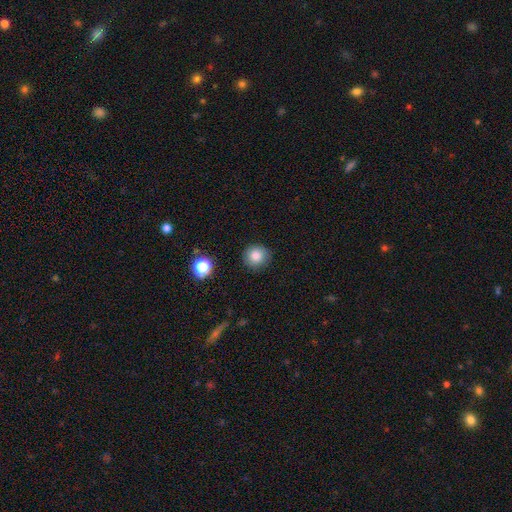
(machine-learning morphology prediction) smooth-or-featured: smooth: 83% | star or artifact: 11% | featured or disk: 6%
  how-rounded: round: 90% | in between: 9% | cigar-shaped: 1%
  merging: none: 88% | minor disturbance: 8% | major disturbance: 2% | merger: 1%